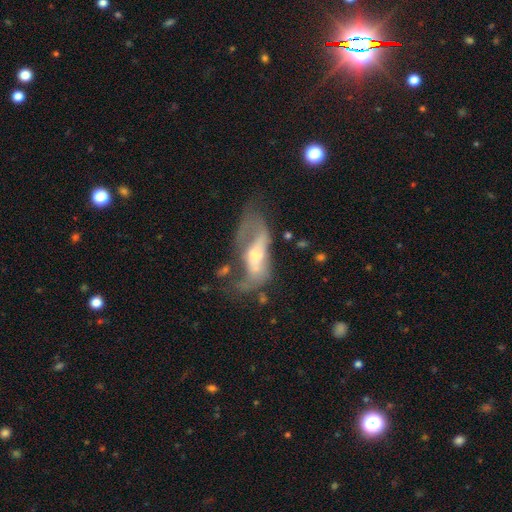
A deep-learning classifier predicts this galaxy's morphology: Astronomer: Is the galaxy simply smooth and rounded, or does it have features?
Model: featured or disk — 63%.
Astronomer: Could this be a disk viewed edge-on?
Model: no — 87%.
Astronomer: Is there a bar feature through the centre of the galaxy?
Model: no — 55% (runner-up: weak, 30%).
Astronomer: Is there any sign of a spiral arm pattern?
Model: no — 52% (runner-up: yes, 48%).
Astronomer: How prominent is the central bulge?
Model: moderate — 55%.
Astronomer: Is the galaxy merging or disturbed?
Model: major disturbance — 49%.